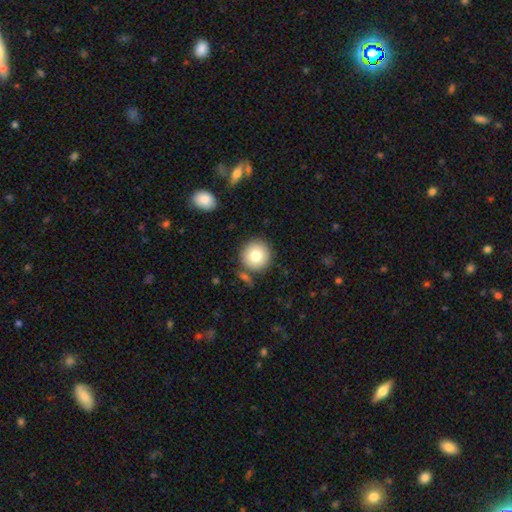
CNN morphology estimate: The model was most divided on "smooth or featured": smooth: 79%, featured or disk: 12%, star or artifact: 9%. More confident: how rounded — round (94%); merging — none (82%).